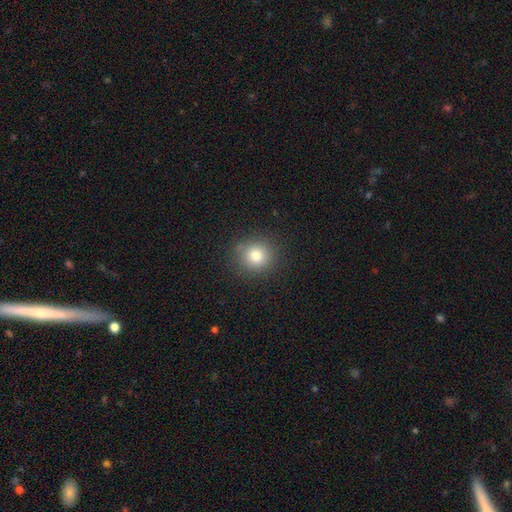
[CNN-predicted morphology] Smooth or featured? smooth (79%)
How rounded? round (88%)
Merging? none (85%)